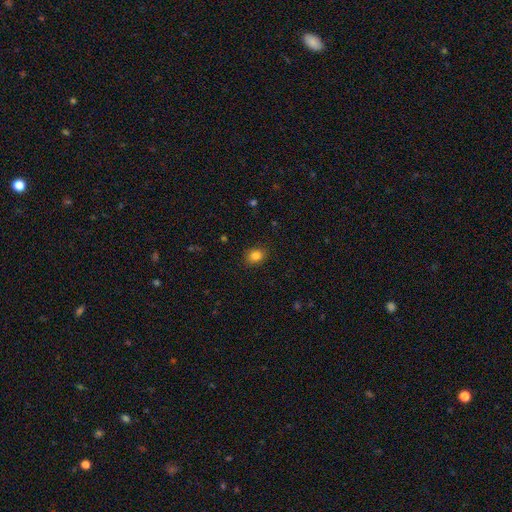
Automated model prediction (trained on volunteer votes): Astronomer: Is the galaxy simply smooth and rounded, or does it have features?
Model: smooth — 84%.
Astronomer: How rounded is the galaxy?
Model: round — 51% (runner-up: in between, 48%).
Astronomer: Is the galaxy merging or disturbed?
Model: none — 88%.